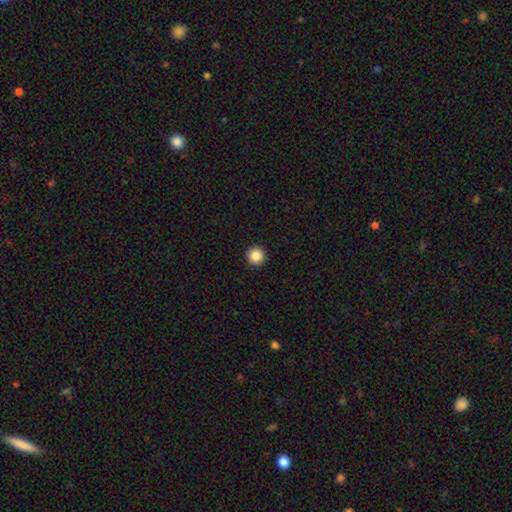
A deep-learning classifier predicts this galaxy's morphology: type=smooth (86%); roundness=round (97%); merging=none (94%).